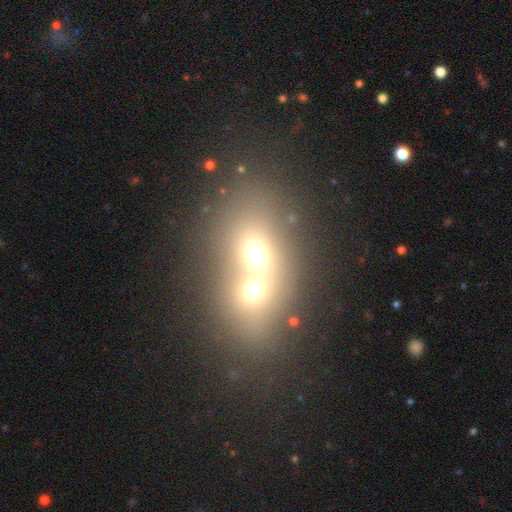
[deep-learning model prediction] Morphology: type=smooth (55%); roundness=in between (57%); merging=merger (77%).